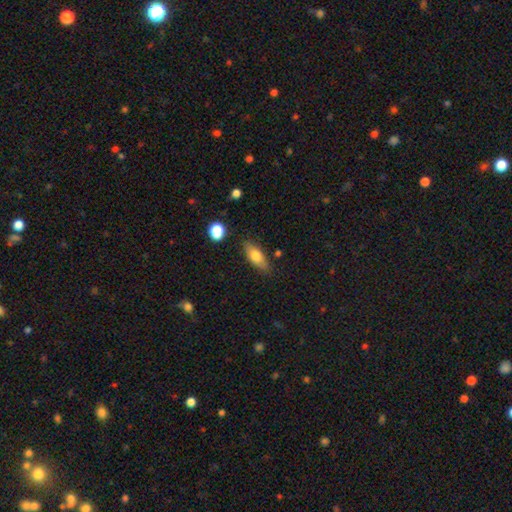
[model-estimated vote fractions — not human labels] The model was most divided on "how rounded": in between: 72%, cigar-shaped: 24%, round: 4%. More confident: merging — none (79%); smooth or featured — smooth (71%).